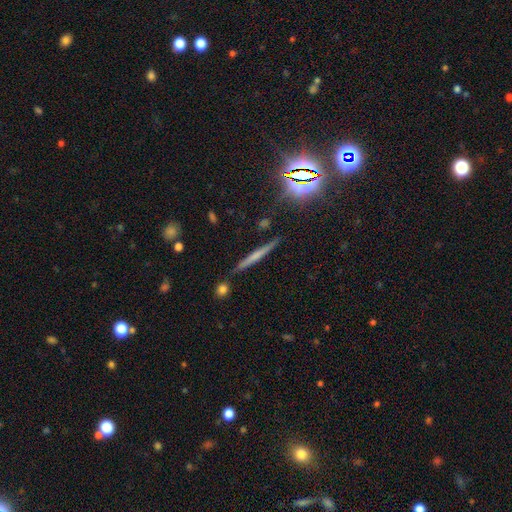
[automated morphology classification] Overall: featured or disk (44%; smooth 41%). Merging: none (85%).